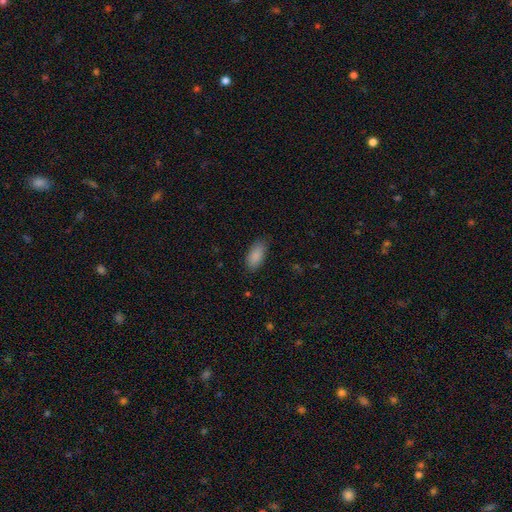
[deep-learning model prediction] Overall: smooth (89%). How rounded: in between (91%). Merging: none (81%).